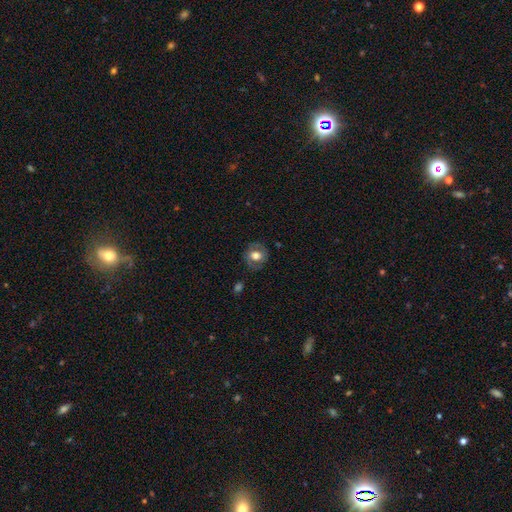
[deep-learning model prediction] A smooth galaxy with no disk features (64%) that is round (78%).

Vote fractions:
- Smooth or featured? smooth: 64% / featured or disk: 28% / star or artifact: 8%
- How rounded? round: 78% / in between: 21% / cigar-shaped: 1%
- Merging? none: 81% / minor disturbance: 13% / major disturbance: 4% / merger: 1%